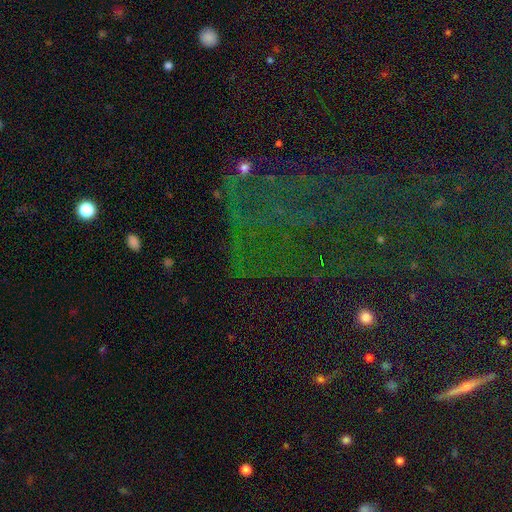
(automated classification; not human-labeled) Q: Smooth or featured?
A: star or artifact (71%); runner-up: smooth (16%)